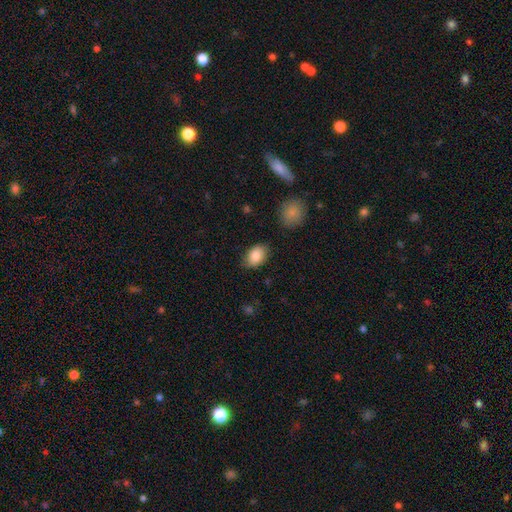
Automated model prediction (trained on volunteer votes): Overall: smooth (87%). How rounded: in between (84%). Merging: none (78%).